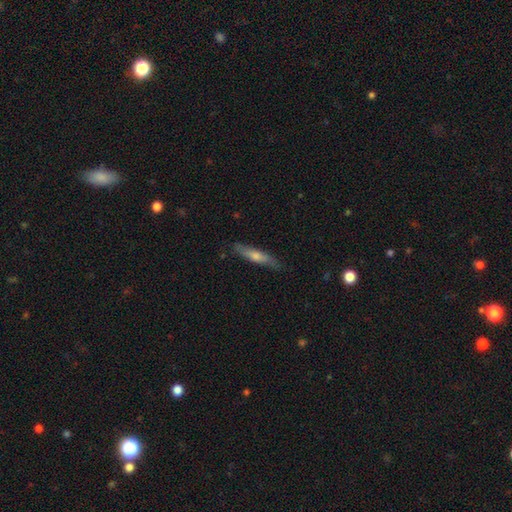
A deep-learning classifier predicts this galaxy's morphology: smooth 49%, featured or disk 45%, star or artifact 6%. Down the decision tree: merging — none (83%).